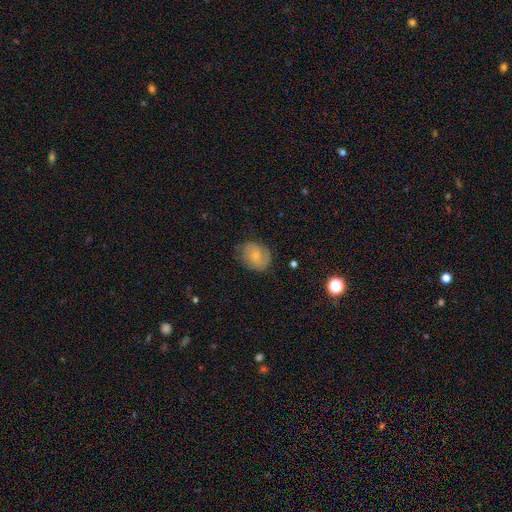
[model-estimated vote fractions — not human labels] A smooth galaxy with no disk features (64%) that is in between round and cigar-shaped (53%).

Vote fractions:
- Smooth or featured? smooth: 64% / featured or disk: 28% / star or artifact: 8%
- How rounded? in between: 53% / round: 46% / cigar-shaped: 1%
- Merging? none: 65% / minor disturbance: 26% / major disturbance: 7% / merger: 1%